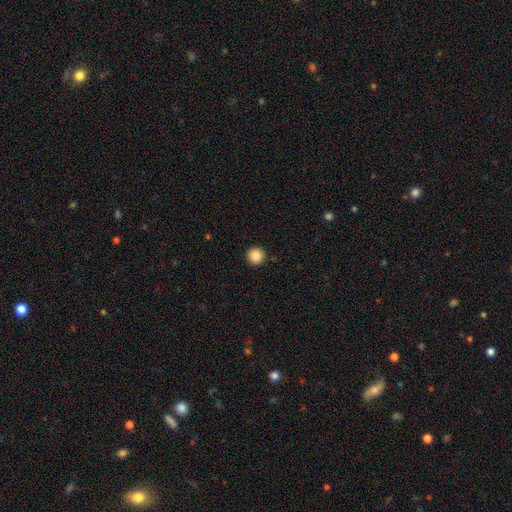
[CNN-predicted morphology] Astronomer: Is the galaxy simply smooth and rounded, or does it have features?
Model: smooth — 87%.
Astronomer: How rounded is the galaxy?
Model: round — 96%.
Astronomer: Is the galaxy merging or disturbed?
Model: none — 92%.